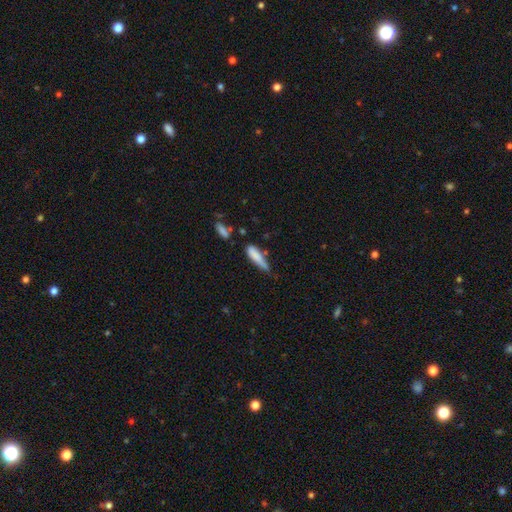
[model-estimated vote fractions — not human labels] The model was most divided on "merging": none: 41%, minor disturbance: 40%, major disturbance: 11%, merger: 8%. More confident: smooth or featured — smooth (79%); how rounded — cigar-shaped (66%).